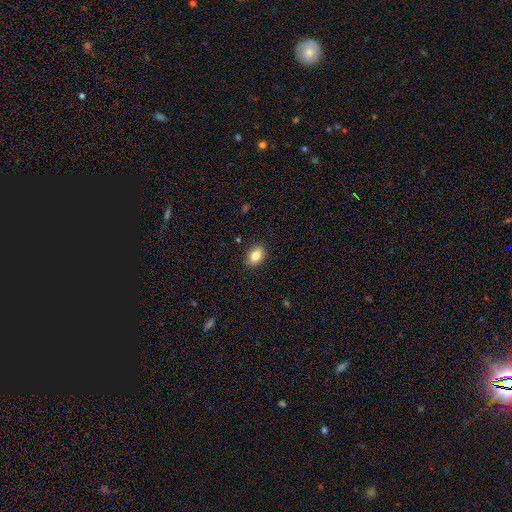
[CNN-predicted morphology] Smooth or featured?
  - smooth: 83% *
  - featured or disk: 9%
  - star or artifact: 8%
How rounded?
  - in between: 80% *
  - round: 18%
  - cigar-shaped: 1%
Merging?
  - none: 88% *
  - minor disturbance: 9%
  - major disturbance: 2%
  - merger: 1%